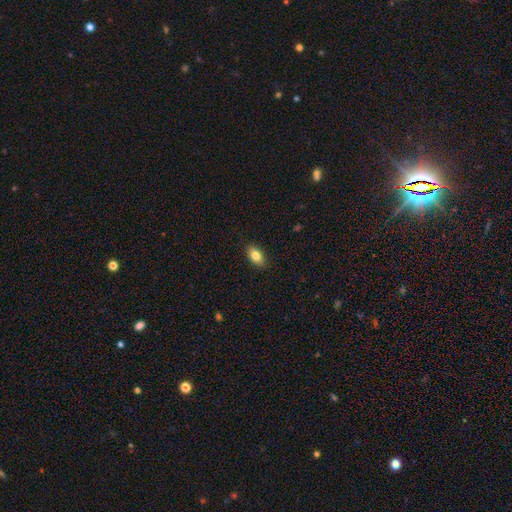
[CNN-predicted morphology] Smooth or featured? Predicted: smooth (p=0.82). How rounded? Predicted: in between (p=0.90). Merging? Predicted: none (p=0.89).